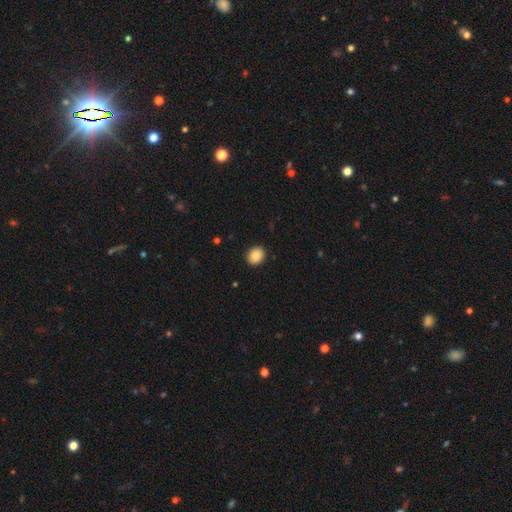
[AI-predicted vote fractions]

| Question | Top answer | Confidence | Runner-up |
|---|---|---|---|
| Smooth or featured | smooth | 89% | star or artifact (8%) |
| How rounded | round | 71% | in between (28%) |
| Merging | none | 91% | minor disturbance (7%) |